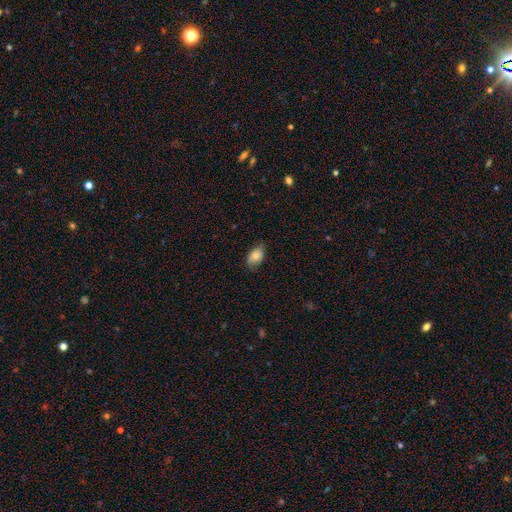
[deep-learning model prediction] Smooth or featured? smooth (77%)
How rounded? in between (88%)
Merging? none (71%)